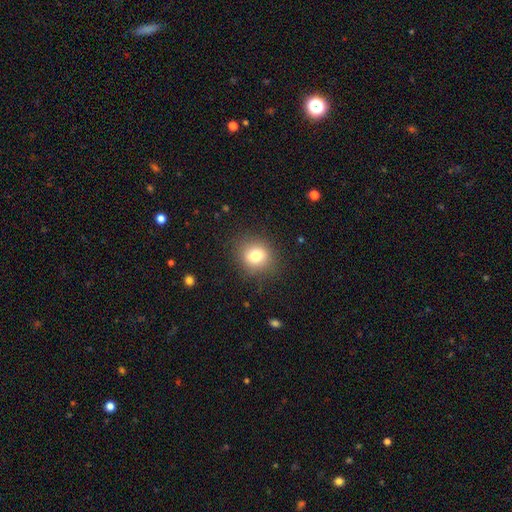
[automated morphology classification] smooth 79%, star or artifact 12%, featured or disk 10%. Down the decision tree: how rounded — round (80%); merging — none (86%).